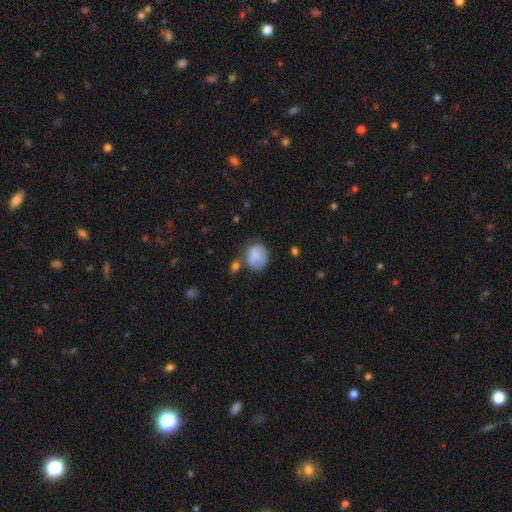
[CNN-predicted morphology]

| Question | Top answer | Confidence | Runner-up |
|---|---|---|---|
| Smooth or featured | smooth | 79% | featured or disk (13%) |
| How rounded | round | 60% | in between (39%) |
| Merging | none | 54% | minor disturbance (25%) |